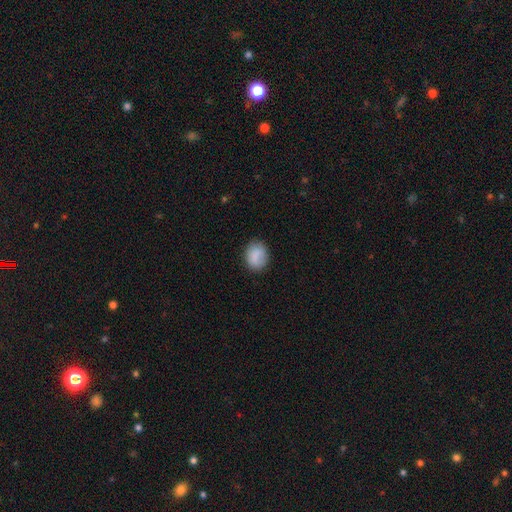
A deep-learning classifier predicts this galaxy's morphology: This appears to be a smooth galaxy with no disk features (84%) that is round (52%). Merging: none (80%).